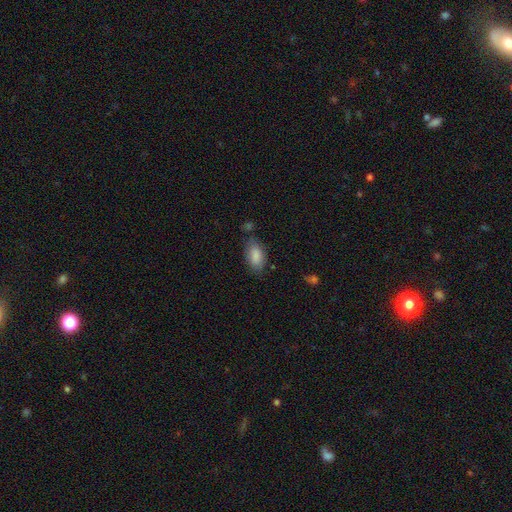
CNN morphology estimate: Smooth or featured?
  - smooth: 86% *
  - featured or disk: 7%
  - star or artifact: 7%
How rounded?
  - in between: 92% *
  - cigar-shaped: 4%
  - round: 3%
Merging?
  - none: 71% *
  - minor disturbance: 19%
  - major disturbance: 5%
  - merger: 5%